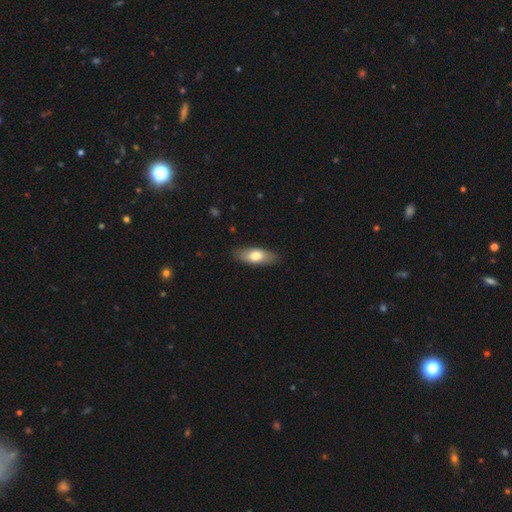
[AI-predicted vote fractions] Smooth or featured: smooth — 71% (featured or disk — 23%)
How rounded: in between — 76% (cigar-shaped — 21%)
Merging: none — 86% (minor disturbance — 11%)